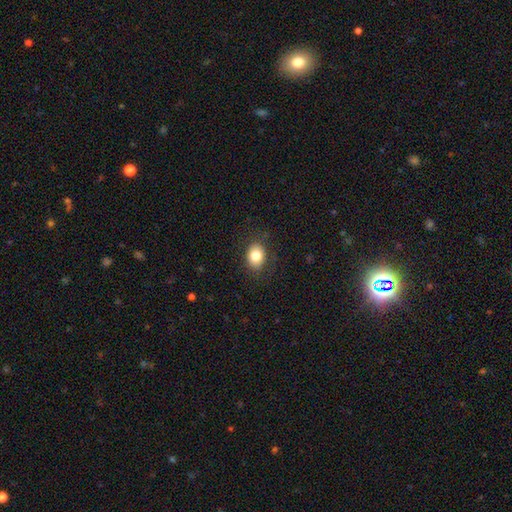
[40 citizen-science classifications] smooth 92%, featured or disk 5%, star or artifact 2%. Down the decision tree: how rounded — in between (62%); merging — none (85%).